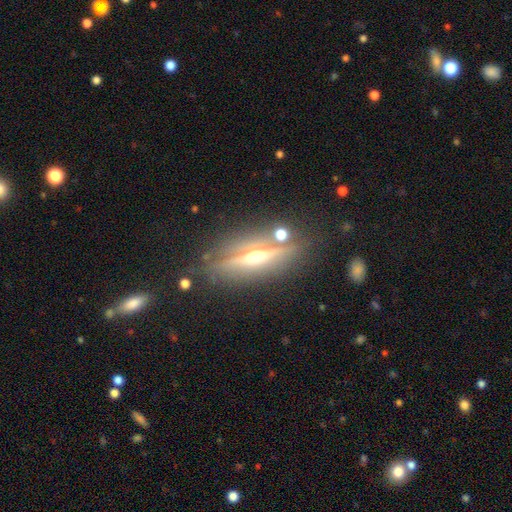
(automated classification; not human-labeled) Smooth or featured: featured or disk — 76% (smooth — 16%)
Edge-on disk: yes — 93% (no — 7%)
Edge-on bulge: rounded — 94% (none — 3%)
Merging: none — 81% (minor disturbance — 11%)